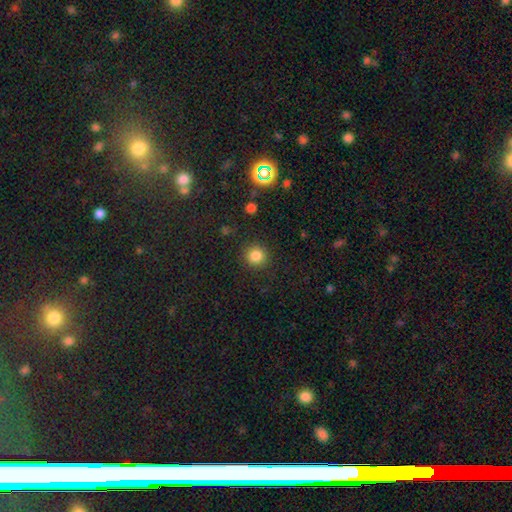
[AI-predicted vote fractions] This appears to be a smooth galaxy with no disk features (84%) that is round (92%). Merging: none (89%).